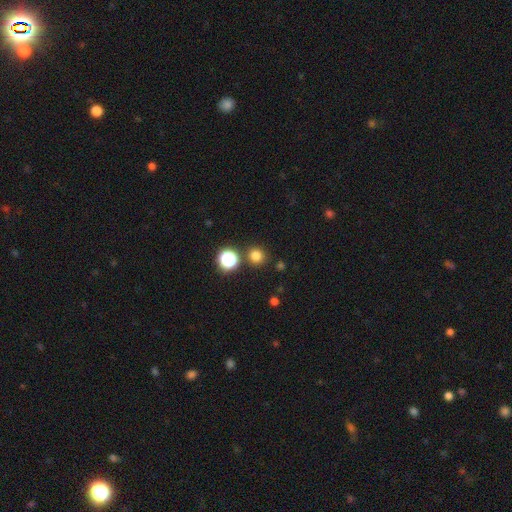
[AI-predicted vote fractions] Smooth or featured: smooth — 77% (star or artifact — 19%)
How rounded: round — 92% (in between — 7%)
Merging: none — 85% (minor disturbance — 7%)